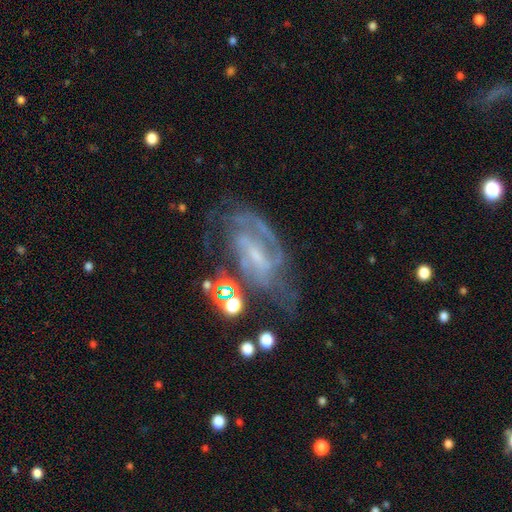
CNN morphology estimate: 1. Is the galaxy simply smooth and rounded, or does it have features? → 82% featured or disk, 9% smooth, 9% star or artifact.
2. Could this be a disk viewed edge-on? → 95% no, 5% yes.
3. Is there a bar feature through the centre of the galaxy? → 46% weak, 28% strong, 26% no.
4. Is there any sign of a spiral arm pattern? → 86% yes, 14% no.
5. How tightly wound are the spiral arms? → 45% medium, 39% tight, 16% loose.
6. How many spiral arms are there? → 46% 2, 30% can't tell, 12% 3, 6% 1, 4% 4, 3% more than 4.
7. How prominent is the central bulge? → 56% small, 21% none, 20% moderate, 2% large, 1% dominant.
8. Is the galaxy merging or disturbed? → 50% none, 23% major disturbance, 22% minor disturbance, 6% merger.